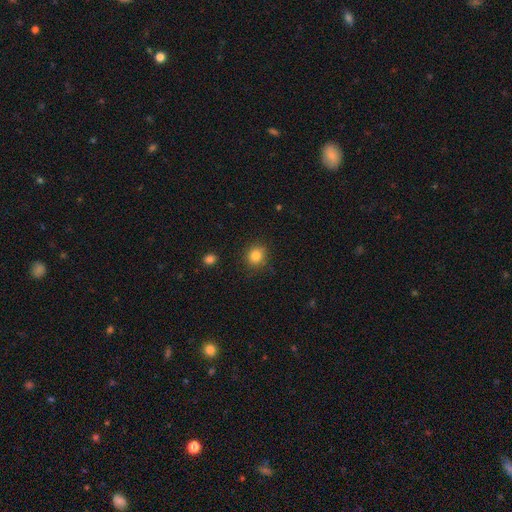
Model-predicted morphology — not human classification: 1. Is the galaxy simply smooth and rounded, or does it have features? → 84% smooth, 11% star or artifact, 5% featured or disk.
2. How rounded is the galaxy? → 84% round, 15% in between, 1% cigar-shaped.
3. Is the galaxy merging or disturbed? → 87% none, 9% minor disturbance, 3% major disturbance, 1% merger.